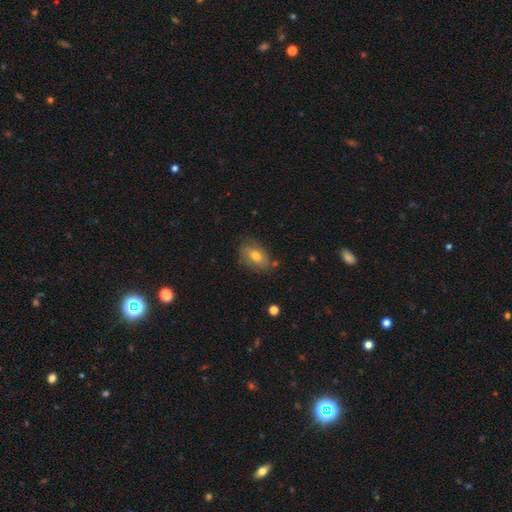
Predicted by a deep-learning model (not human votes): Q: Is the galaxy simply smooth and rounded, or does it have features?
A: smooth — 65%.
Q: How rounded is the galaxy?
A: in between — 86%.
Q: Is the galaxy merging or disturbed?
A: none — 72%.